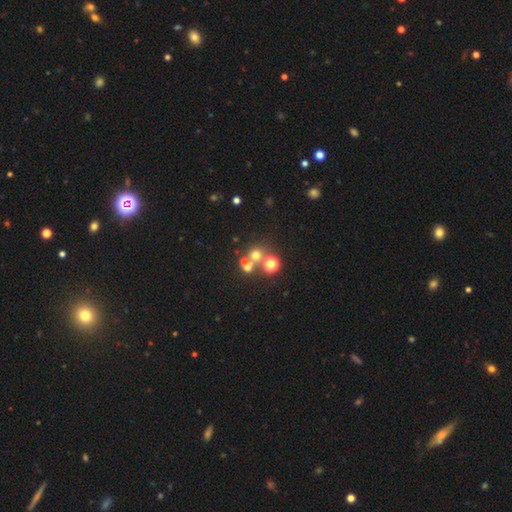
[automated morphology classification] Overall: smooth (54%; star or artifact 27%). How rounded: round (86%). Merging: none (52%; merger 36%).